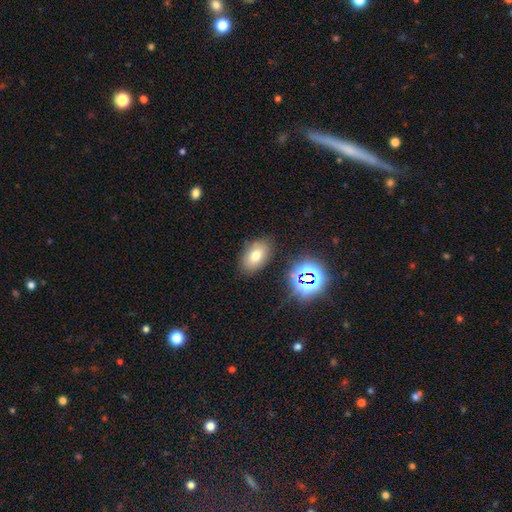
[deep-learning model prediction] Smooth or featured: smooth — 71% (star or artifact — 16%)
How rounded: in between — 88% (round — 11%)
Merging: none — 82% (minor disturbance — 11%)